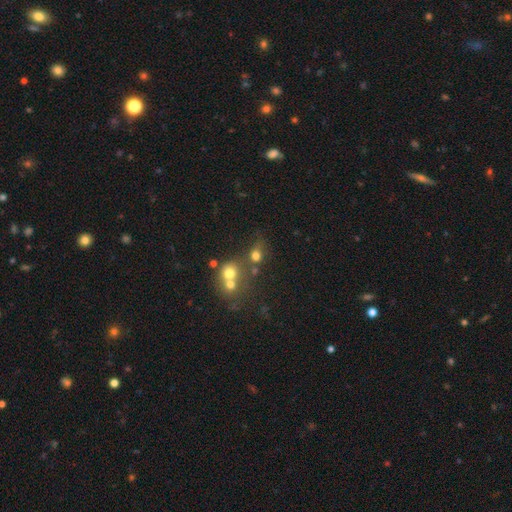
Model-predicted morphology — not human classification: This is likely a smooth galaxy (69%). How rounded: likely round (65%). Merging: marginally none (42%).